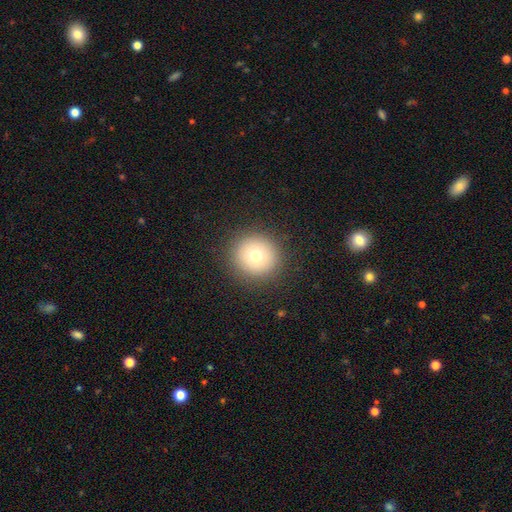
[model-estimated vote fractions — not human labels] The model was most divided on "smooth or featured": smooth: 73%, featured or disk: 14%, star or artifact: 13%. More confident: how rounded — round (95%); merging — none (91%).